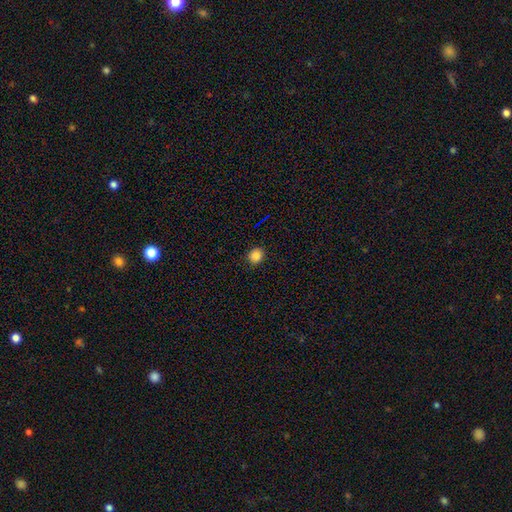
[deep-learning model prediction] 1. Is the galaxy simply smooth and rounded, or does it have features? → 85% smooth, 12% star or artifact, 4% featured or disk.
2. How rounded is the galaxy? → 86% round, 13% in between, 1% cigar-shaped.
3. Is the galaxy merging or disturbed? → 91% none, 6% minor disturbance, 2% major disturbance, 1% merger.